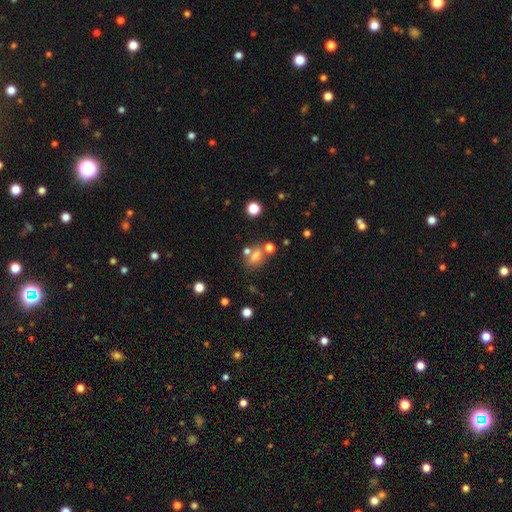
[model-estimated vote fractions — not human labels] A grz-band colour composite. It shows a smooth galaxy with no disk features (68%) that is in between round and cigar-shaped (71%). Merging: none (52%).